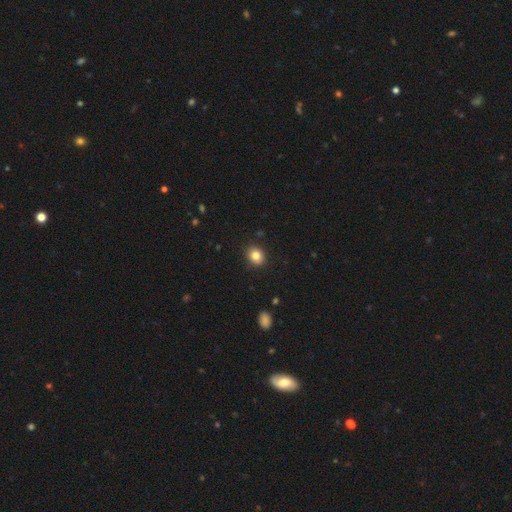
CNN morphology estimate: The model was most divided on "how rounded": round: 63%, in between: 37%, cigar-shaped: 1%. More confident: merging — none (89%); smooth or featured — smooth (83%).